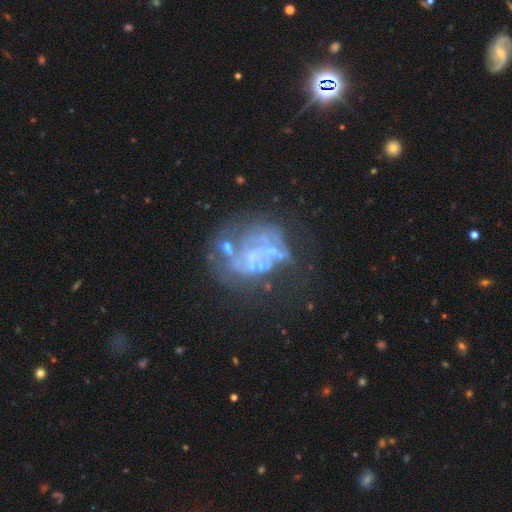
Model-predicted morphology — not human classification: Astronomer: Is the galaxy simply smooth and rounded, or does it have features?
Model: featured or disk — 72%.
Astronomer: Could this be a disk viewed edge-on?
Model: no — 98%.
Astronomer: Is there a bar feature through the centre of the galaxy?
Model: no — 82%.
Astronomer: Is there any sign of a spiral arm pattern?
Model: no — 68%.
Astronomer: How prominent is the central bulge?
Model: none — 67%.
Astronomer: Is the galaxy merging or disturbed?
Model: none — 36% (runner-up: major disturbance, 33%).